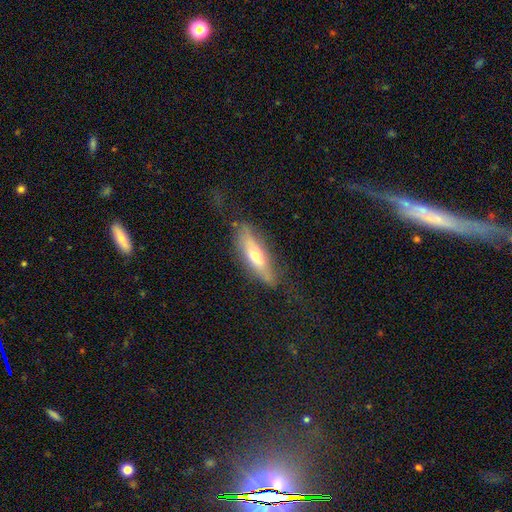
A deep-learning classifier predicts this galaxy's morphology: A smooth galaxy with no disk features (48%).

Vote fractions:
- Smooth or featured? smooth: 48% / featured or disk: 45% / star or artifact: 7%
- Merging? none: 68% / minor disturbance: 21% / major disturbance: 9% / merger: 2%